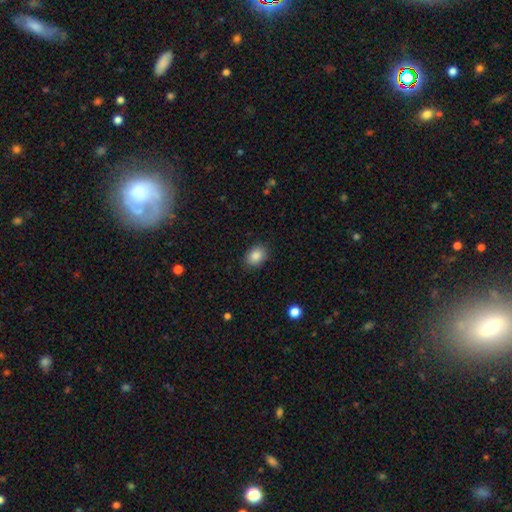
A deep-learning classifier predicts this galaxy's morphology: A smooth galaxy with no disk features (87%) that is in between round and cigar-shaped (67%). Merging: none (87%).